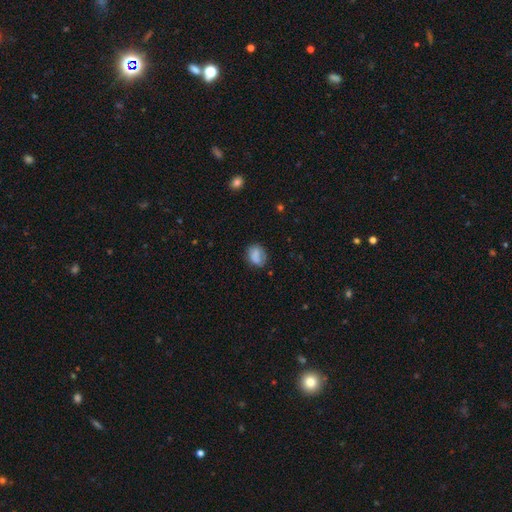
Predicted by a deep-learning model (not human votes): A smooth galaxy with no disk features (77%) that is in between round and cigar-shaped (54%). Merging: none (67%).